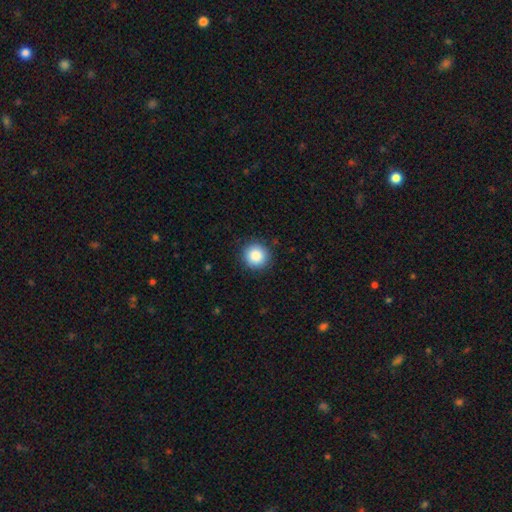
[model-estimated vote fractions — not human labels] A smooth galaxy with no disk features (88%) that is round (95%).

Vote fractions:
- Smooth or featured? smooth: 88% / star or artifact: 9% / featured or disk: 4%
- How rounded? round: 95% / in between: 4% / cigar-shaped: 1%
- Merging? none: 91% / minor disturbance: 6% / major disturbance: 2% / merger: 1%